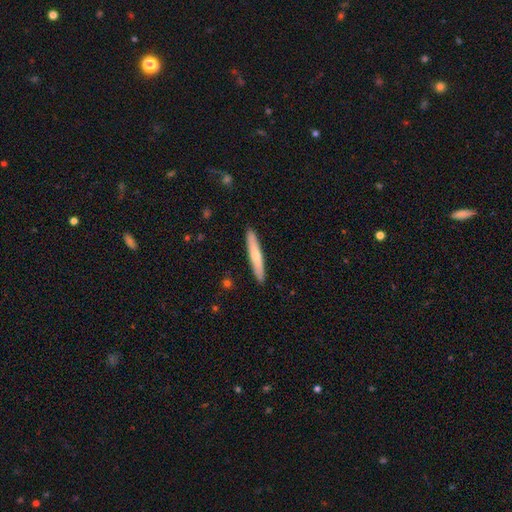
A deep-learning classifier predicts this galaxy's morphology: This is possibly a smooth galaxy (59%). How rounded: clearly cigar-shaped (95%). Merging: clearly none (91%).